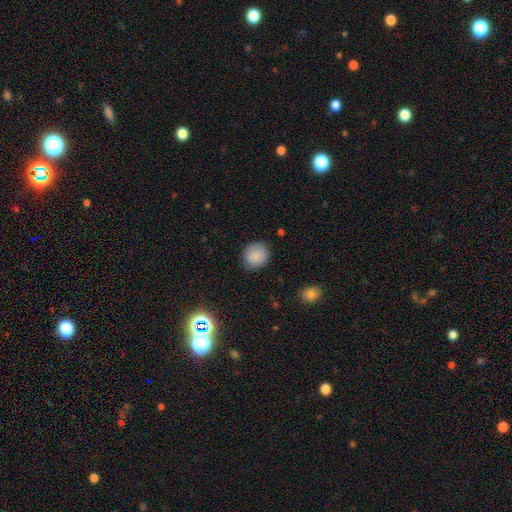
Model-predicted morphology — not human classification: A smooth galaxy with no disk features (85%) that is round (73%).

Vote fractions:
- Smooth or featured? smooth: 85% / star or artifact: 8% / featured or disk: 7%
- How rounded? round: 73% / in between: 26% / cigar-shaped: 1%
- Merging? none: 85% / minor disturbance: 11% / major disturbance: 3% / merger: 1%